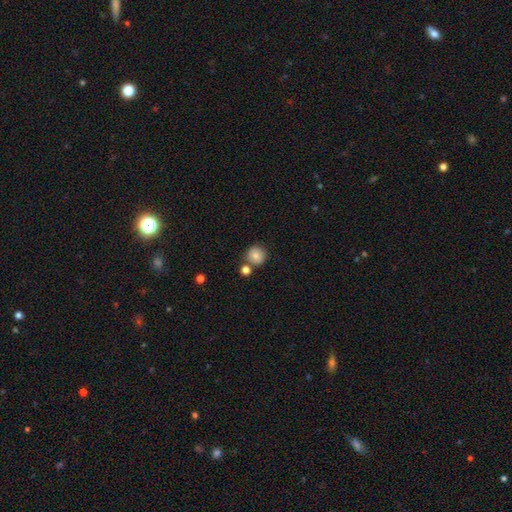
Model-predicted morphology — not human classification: Overall: smooth (82%). How rounded: round (93%). Merging: none (77%).